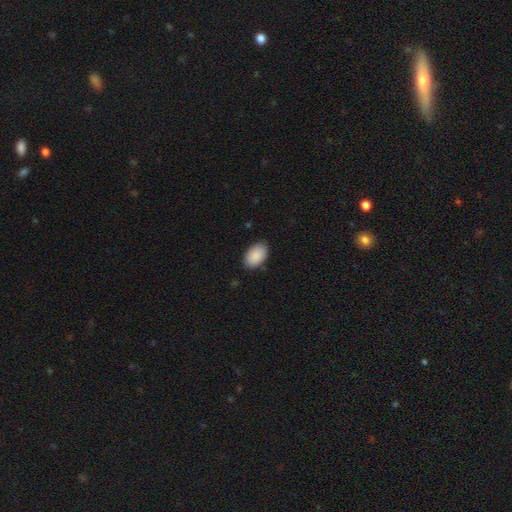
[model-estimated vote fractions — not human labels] Smooth or featured? Predicted: smooth (p=0.91). How rounded? Predicted: in between (p=0.91). Merging? Predicted: none (p=0.84).